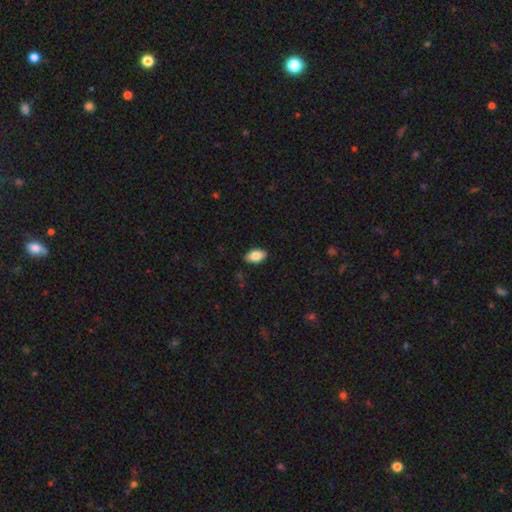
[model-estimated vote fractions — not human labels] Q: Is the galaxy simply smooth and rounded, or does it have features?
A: smooth — 82%.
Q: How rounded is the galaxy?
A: in between — 93%.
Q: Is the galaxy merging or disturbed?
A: none — 88%.